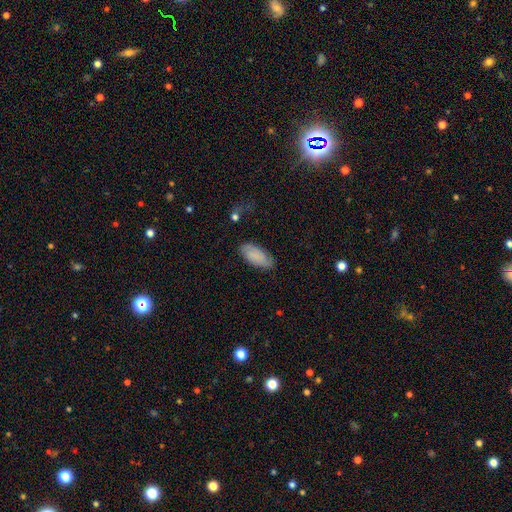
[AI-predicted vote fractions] A smooth galaxy with no disk features (71%) that is in between round and cigar-shaped (91%).

Vote fractions:
- Smooth or featured? smooth: 71% / featured or disk: 22% / star or artifact: 7%
- How rounded? in between: 91% / cigar-shaped: 7% / round: 2%
- Merging? none: 77% / minor disturbance: 17% / major disturbance: 4% / merger: 2%